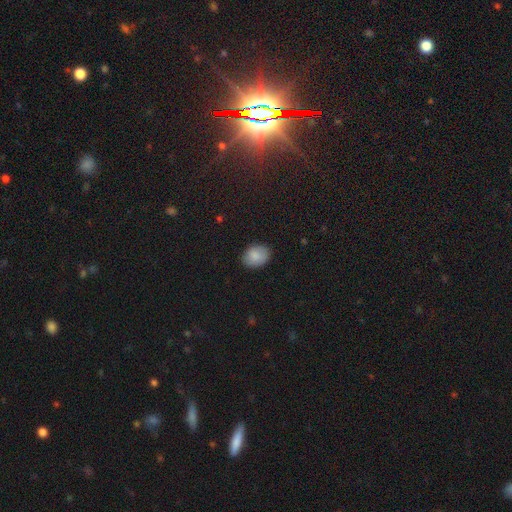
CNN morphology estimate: Smooth or featured: smooth — 87% (star or artifact — 8%)
How rounded: in between — 68% (round — 31%)
Merging: none — 85% (minor disturbance — 11%)